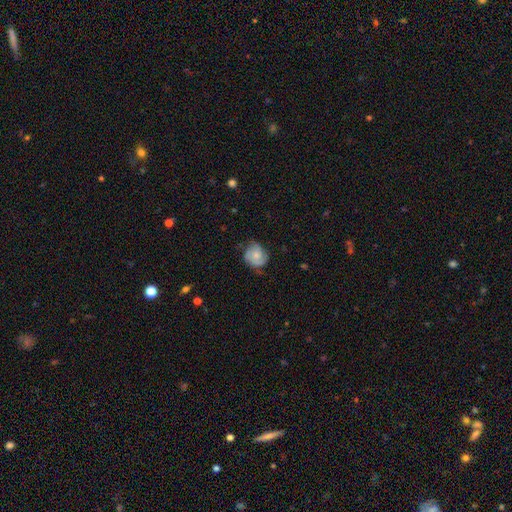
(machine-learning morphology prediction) A smooth galaxy with no disk features (52%) that is round (76%). Merging: none (62%).